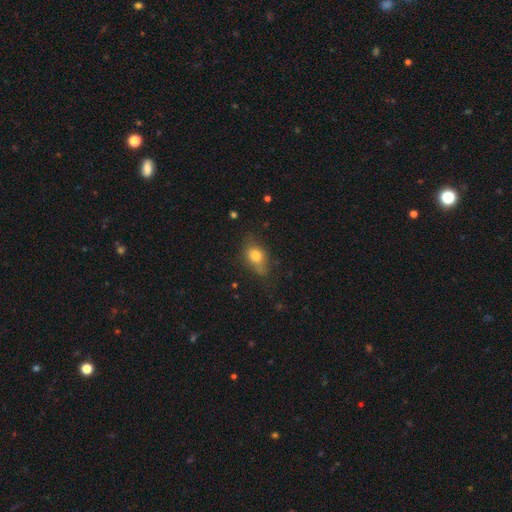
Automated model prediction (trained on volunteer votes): Morphology: type=smooth (77%); roundness=in between (73%); merging=none (55%).